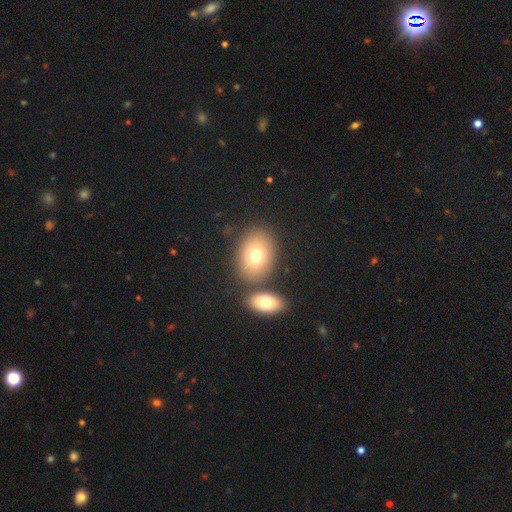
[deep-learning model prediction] A smooth galaxy with no disk features (74%) that is in between round and cigar-shaped (69%).

Vote fractions:
- Smooth or featured? smooth: 74% / featured or disk: 16% / star or artifact: 11%
- How rounded? in between: 69% / round: 30% / cigar-shaped: 1%
- Merging? none: 69% / merger: 18% / minor disturbance: 10% / major disturbance: 4%